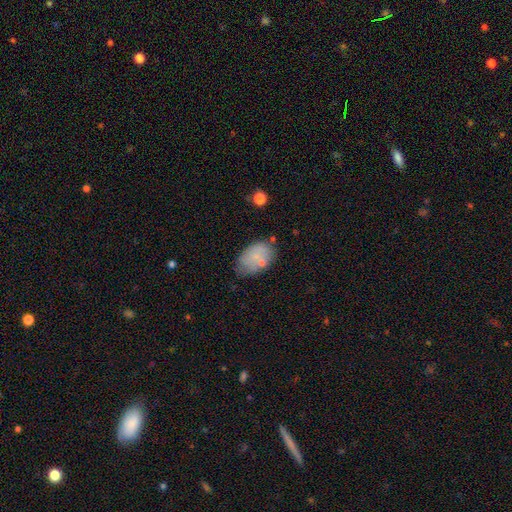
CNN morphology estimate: This appears to be a smooth galaxy with no disk features (72%) that is in between round and cigar-shaped (90%). Merging: none (61%).